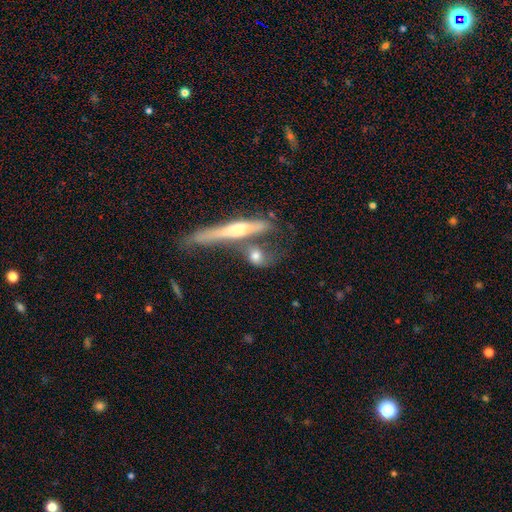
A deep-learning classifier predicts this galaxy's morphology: smooth_or_featured: smooth (p=0.55) [alt: featured or disk p=0.36]
how_rounded: in between (p=0.38) [alt: cigar-shaped p=0.35]
merging: none (p=0.41) [alt: merger p=0.34]